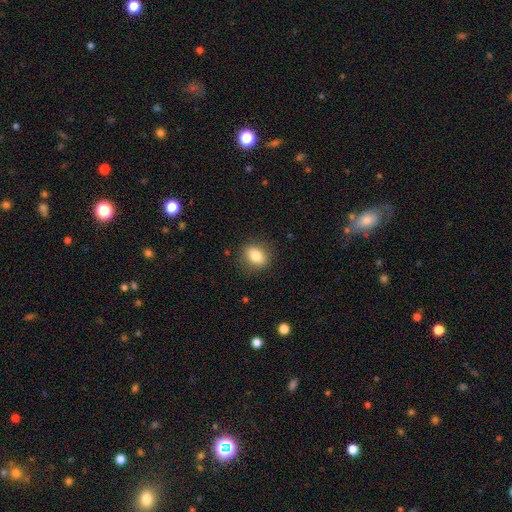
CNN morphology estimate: Smooth or featured? smooth (80%)
How rounded? in between (52%)
Merging? none (85%)